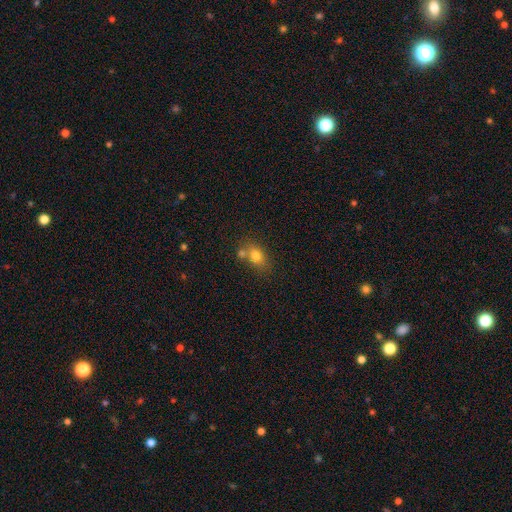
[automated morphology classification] Smooth or featured: smooth — 77% (featured or disk — 12%)
How rounded: in between — 66% (round — 32%)
Merging: none — 53% (merger — 30%)